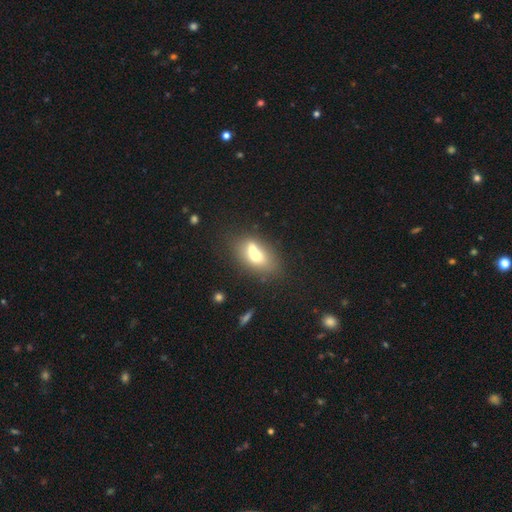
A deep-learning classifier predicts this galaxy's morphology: Overall: smooth (62%; featured or disk 28%). How rounded: in between (75%). Merging: merger (58%; none 29%).